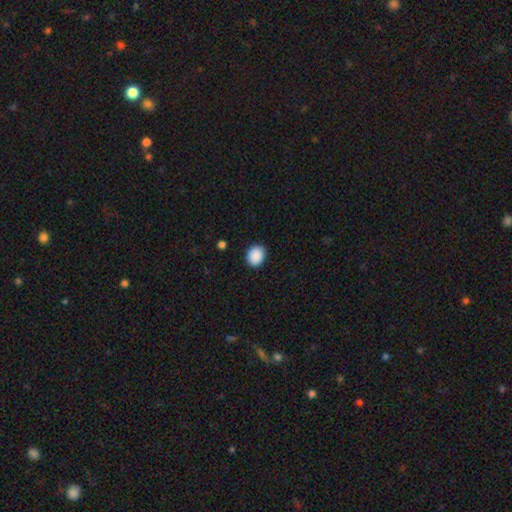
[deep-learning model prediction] The model was most divided on "how rounded": round: 62%, in between: 37%, cigar-shaped: 1%. More confident: merging — none (90%); smooth or featured — smooth (90%).